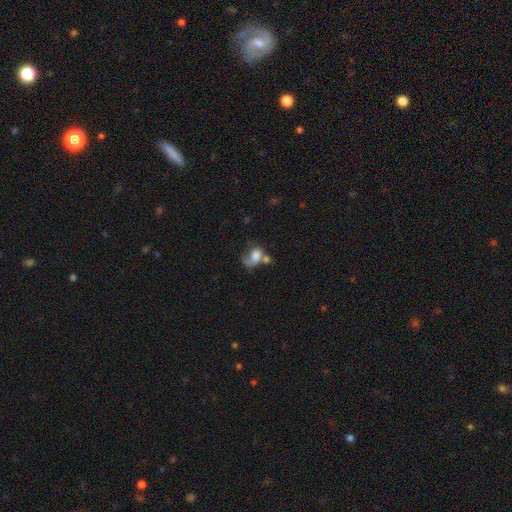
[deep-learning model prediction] This is possibly a smooth galaxy (56%). How rounded: likely in between (65%). Merging: marginally major disturbance (32%).